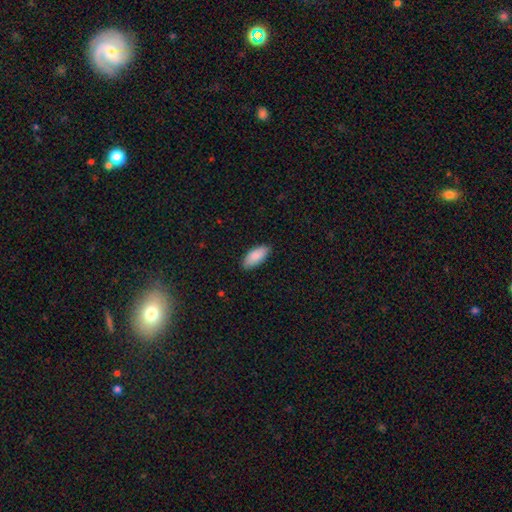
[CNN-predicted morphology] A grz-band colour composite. It shows a smooth galaxy with no disk features (89%) that is in between round and cigar-shaped (88%). Merging: none (87%).